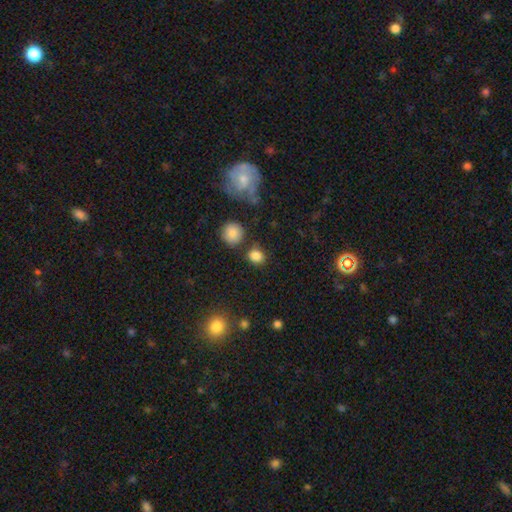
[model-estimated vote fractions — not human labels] Smooth or featured? smooth (83%)
How rounded? round (62%)
Merging? none (76%)